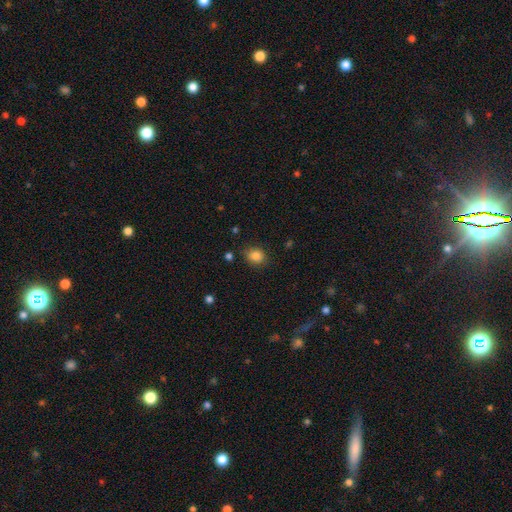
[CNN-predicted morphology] Smooth or featured? smooth (85%)
How rounded? round (64%)
Merging? none (80%)